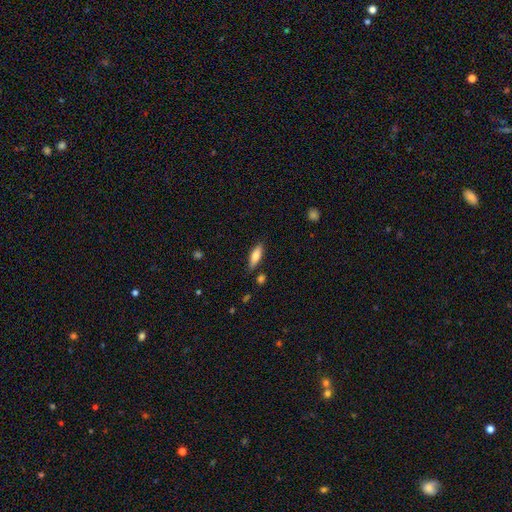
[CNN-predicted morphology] Smooth or featured: smooth — 74% (featured or disk — 20%)
How rounded: in between — 58% (cigar-shaped — 40%)
Merging: none — 82% (minor disturbance — 13%)